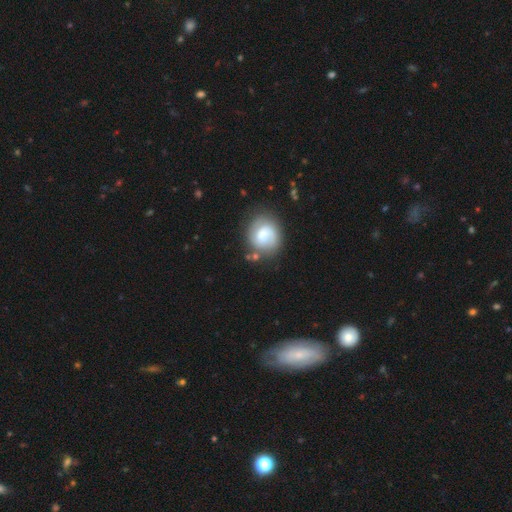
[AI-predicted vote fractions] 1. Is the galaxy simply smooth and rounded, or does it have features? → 50% smooth, 40% featured or disk, 9% star or artifact.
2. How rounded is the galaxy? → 62% round, 36% in between, 1% cigar-shaped.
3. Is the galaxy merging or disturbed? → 67% none, 20% minor disturbance, 7% major disturbance, 6% merger.